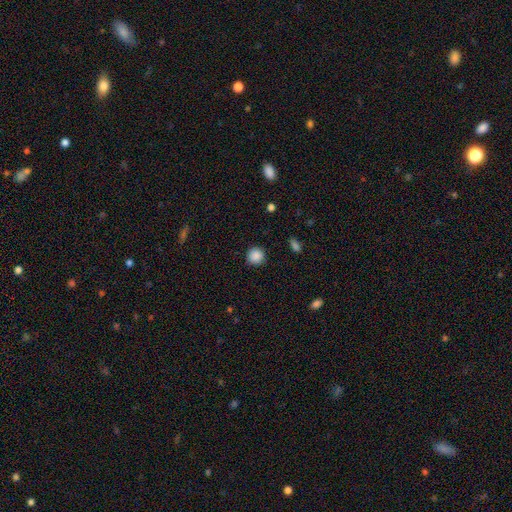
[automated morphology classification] Smooth or featured?
  - smooth: 88% *
  - star or artifact: 10%
  - featured or disk: 3%
How rounded?
  - round: 94% *
  - in between: 5%
  - cigar-shaped: 1%
Merging?
  - none: 90% *
  - minor disturbance: 6%
  - major disturbance: 2%
  - merger: 1%